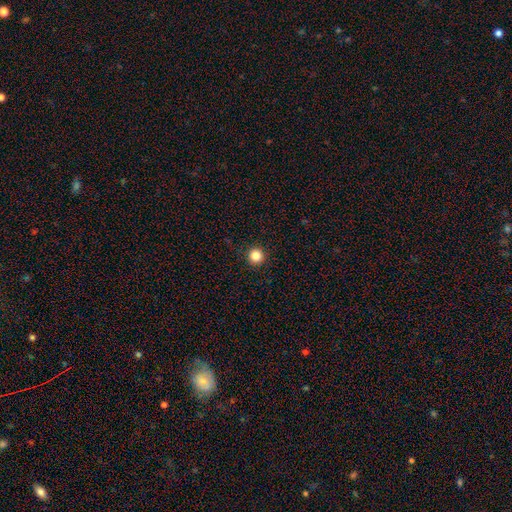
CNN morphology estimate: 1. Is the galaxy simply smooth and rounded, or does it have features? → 85% smooth, 11% star or artifact, 3% featured or disk.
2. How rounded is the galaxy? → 96% round, 3% in between, 1% cigar-shaped.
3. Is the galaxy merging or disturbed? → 93% none, 5% minor disturbance, 2% major disturbance, 1% merger.